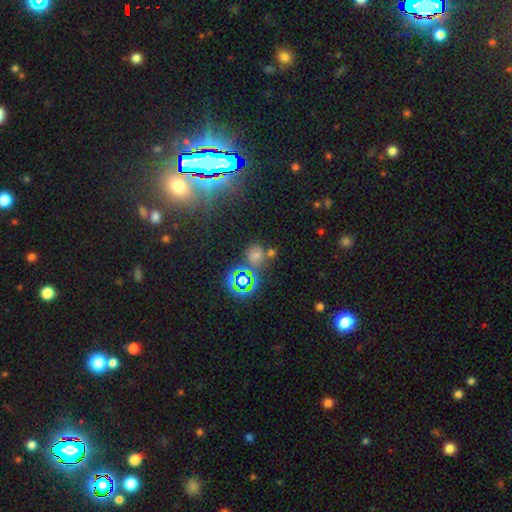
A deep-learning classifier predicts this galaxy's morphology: Smooth or featured: smooth — 47% (star or artifact — 43%)
Merging: none — 59% (merger — 21%)